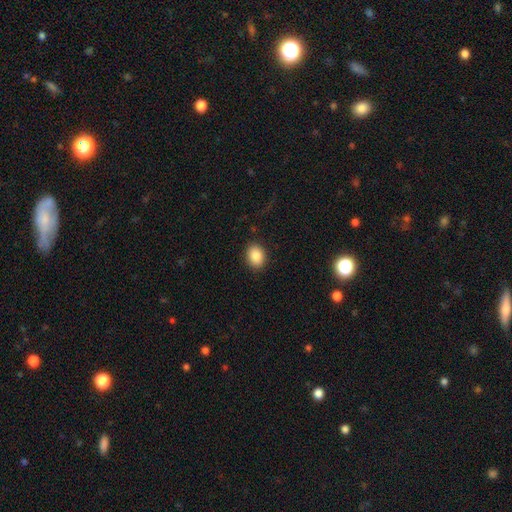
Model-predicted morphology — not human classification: This appears to be a smooth galaxy with no disk features (88%) that is in between round and cigar-shaped (59%). Merging: none (89%).